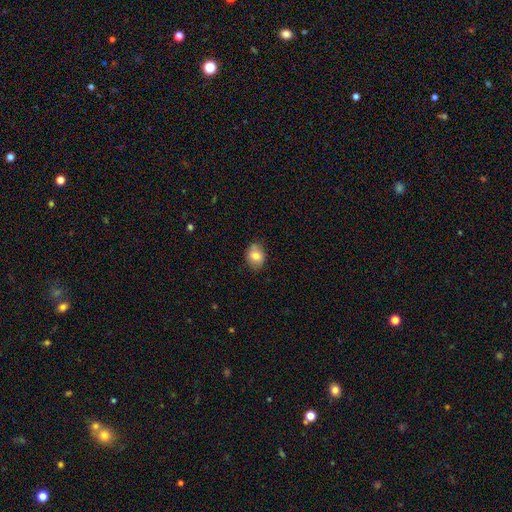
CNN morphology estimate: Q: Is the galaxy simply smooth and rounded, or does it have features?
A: smooth — 78%.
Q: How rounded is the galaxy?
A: in between — 53%.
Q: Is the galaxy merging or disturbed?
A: none — 81%.